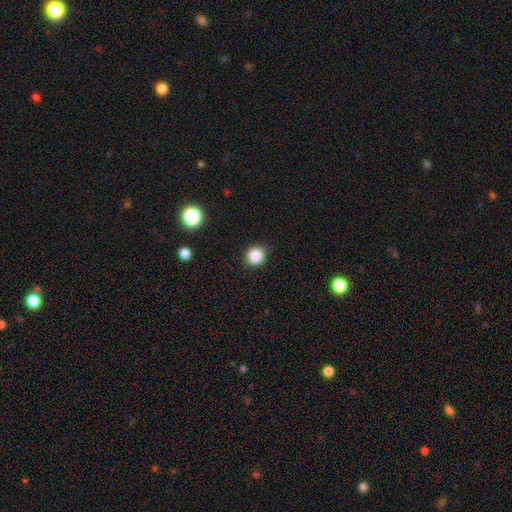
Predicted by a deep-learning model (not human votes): This appears to be a smooth galaxy with no disk features (85%) that is round (92%). Merging: none (89%).